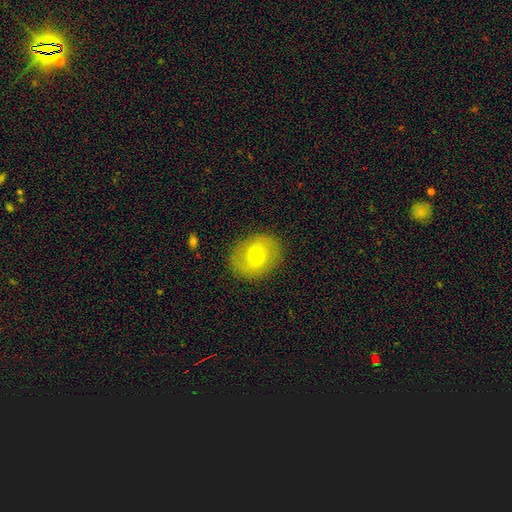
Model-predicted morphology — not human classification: This appears to be a featured or disk galaxy (48%). Merging: none (83%).